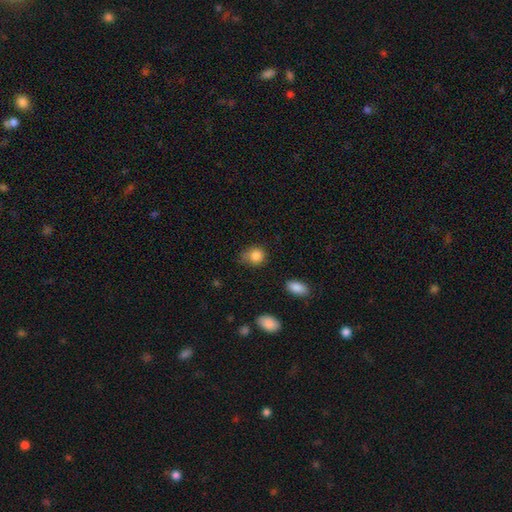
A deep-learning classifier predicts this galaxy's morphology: Smooth or featured? smooth (84%)
How rounded? round (69%)
Merging? none (55%)